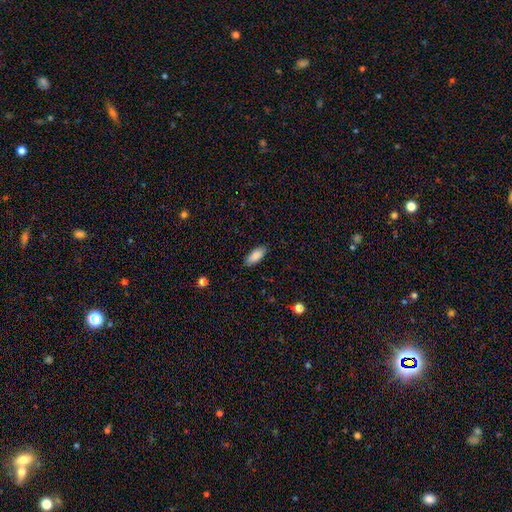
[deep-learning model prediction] smooth-or-featured: smooth: 88% | star or artifact: 6% | featured or disk: 6%
  how-rounded: in between: 80% | cigar-shaped: 18% | round: 2%
  merging: none: 87% | minor disturbance: 10% | major disturbance: 2% | merger: 1%